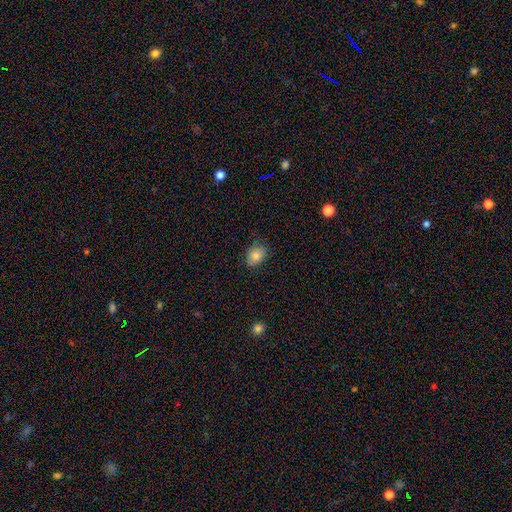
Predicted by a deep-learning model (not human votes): Smooth or featured: smooth — 83% (star or artifact — 9%)
How rounded: in between — 68% (round — 31%)
Merging: none — 76% (minor disturbance — 19%)